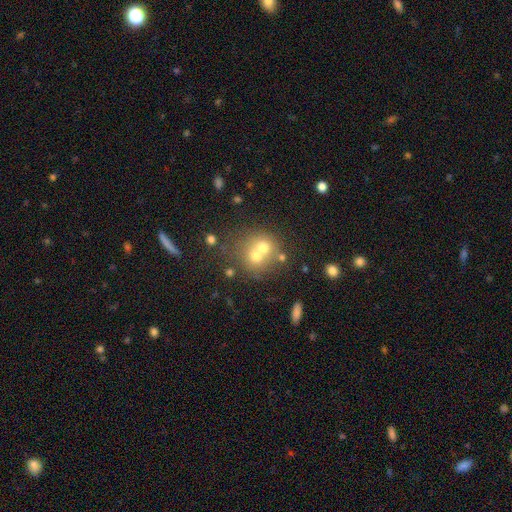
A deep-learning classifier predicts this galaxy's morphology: Smooth or featured? smooth (62%)
How rounded? round (79%)
Merging? merger (57%)